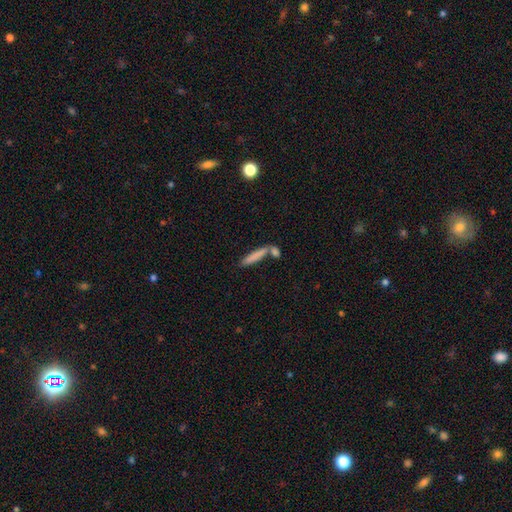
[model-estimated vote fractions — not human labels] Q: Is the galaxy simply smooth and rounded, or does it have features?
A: smooth — 78%.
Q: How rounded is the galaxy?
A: cigar-shaped — 86%.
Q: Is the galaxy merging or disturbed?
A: none — 59%.